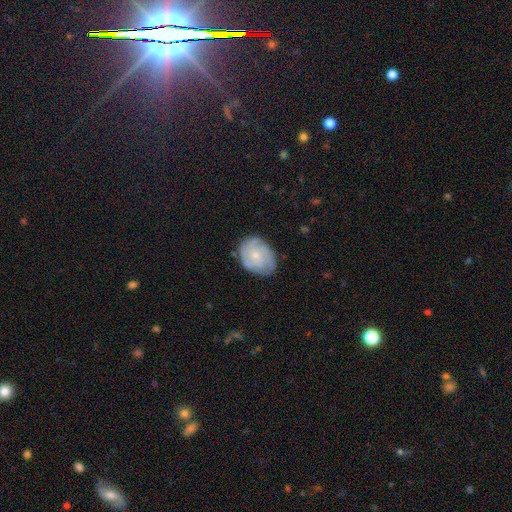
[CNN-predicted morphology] Overall: featured or disk (56%; smooth 38%). Edge-on disk: no (97%). Bar: no (80%). Spiral arms: yes (81%). Bulge size: small (66%; moderate 29%). Merging: none (74%).